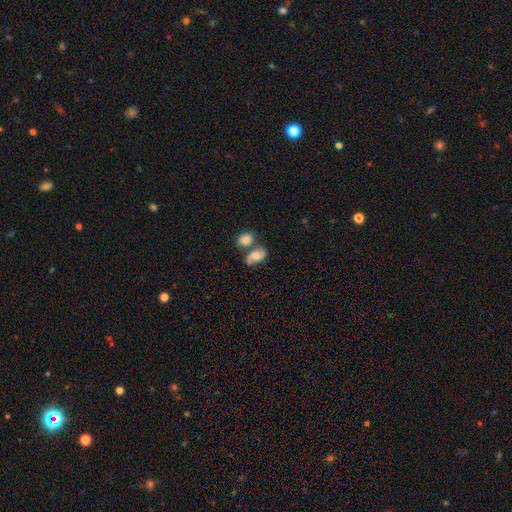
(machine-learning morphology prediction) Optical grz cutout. It shows a smooth galaxy with no disk features (49%). Merging: none (48%).